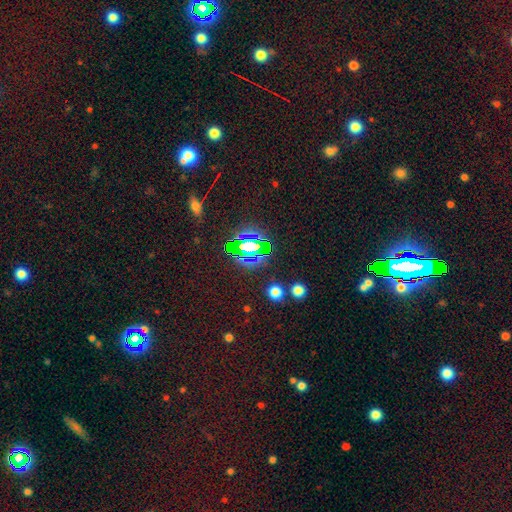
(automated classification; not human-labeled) smooth_or_featured: star or artifact (p=0.77) [alt: smooth p=0.15]